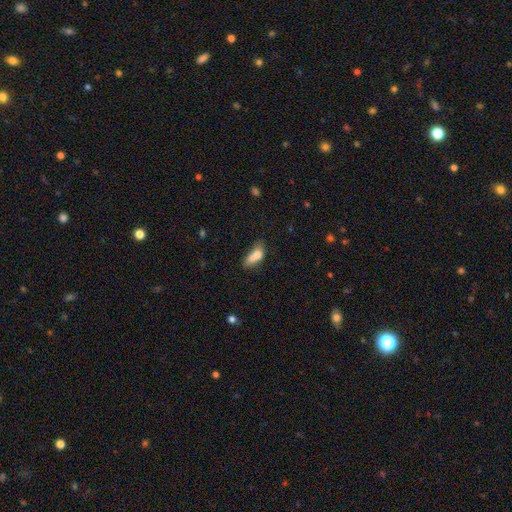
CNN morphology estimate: A smooth galaxy with no disk features (71%) that is in between round and cigar-shaped (77%).

Vote fractions:
- Smooth or featured? smooth: 71% / featured or disk: 19% / star or artifact: 10%
- How rounded? in between: 77% / cigar-shaped: 14% / round: 9%
- Merging? merger: 41% / none: 25% / minor disturbance: 20% / major disturbance: 14%